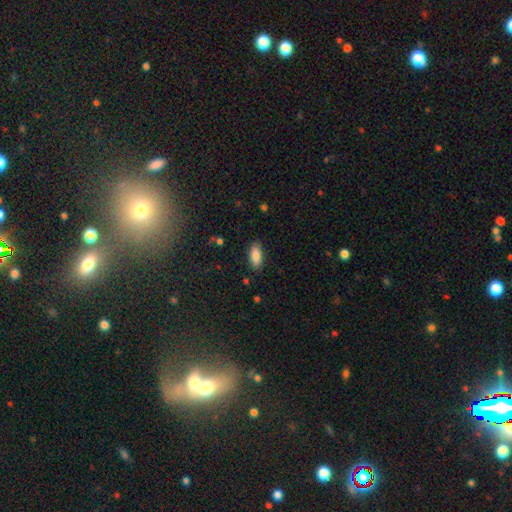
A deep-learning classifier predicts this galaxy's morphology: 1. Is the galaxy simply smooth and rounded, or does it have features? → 88% smooth, 7% star or artifact, 5% featured or disk.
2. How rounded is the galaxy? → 84% in between, 14% cigar-shaped, 2% round.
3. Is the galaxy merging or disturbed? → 86% none, 10% minor disturbance, 2% major disturbance, 1% merger.